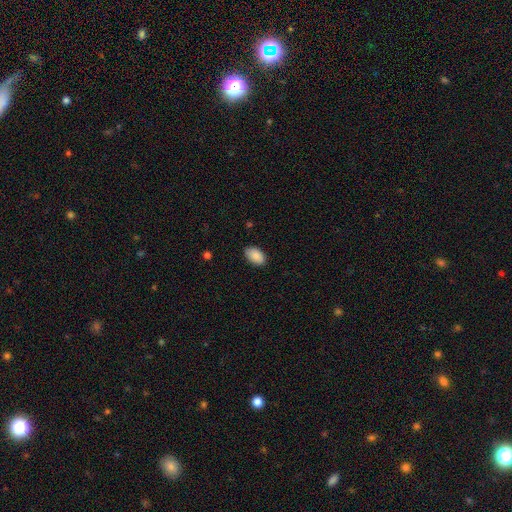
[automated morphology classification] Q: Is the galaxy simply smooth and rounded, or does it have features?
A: smooth — 90%.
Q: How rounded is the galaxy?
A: in between — 93%.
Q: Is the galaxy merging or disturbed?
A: none — 85%.